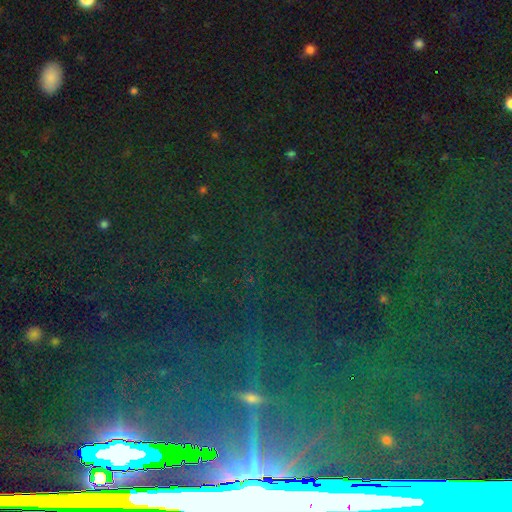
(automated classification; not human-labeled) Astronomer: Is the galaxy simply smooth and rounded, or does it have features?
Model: star or artifact — 81%.